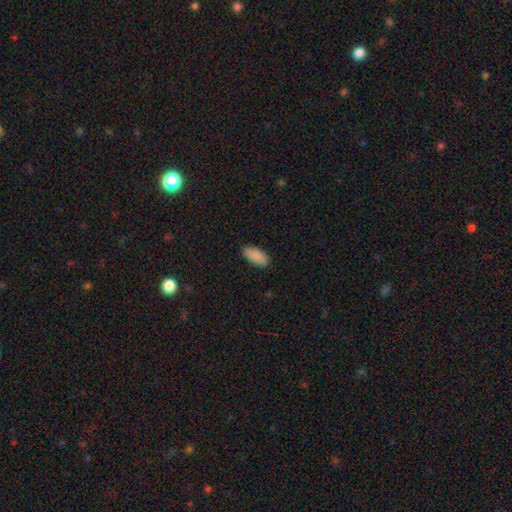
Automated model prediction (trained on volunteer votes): Q: Smooth or featured?
A: smooth (90%); runner-up: star or artifact (7%)
Q: How rounded?
A: in between (89%); runner-up: cigar-shaped (9%)
Q: Merging?
A: none (87%); runner-up: minor disturbance (10%)